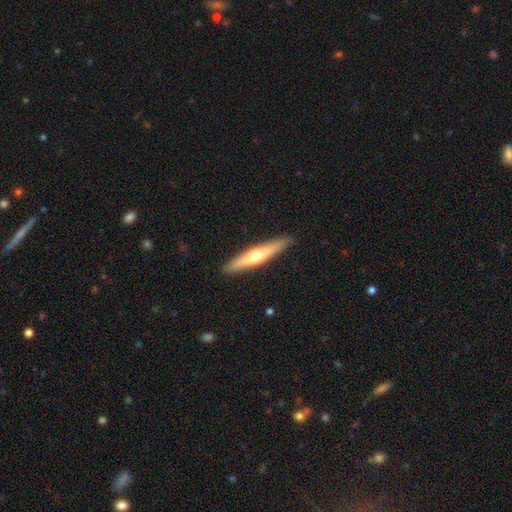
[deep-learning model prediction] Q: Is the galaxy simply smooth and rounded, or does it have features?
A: featured or disk — 53%.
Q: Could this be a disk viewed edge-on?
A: yes — 94%.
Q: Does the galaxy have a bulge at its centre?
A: rounded — 88%.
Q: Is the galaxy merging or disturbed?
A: none — 90%.